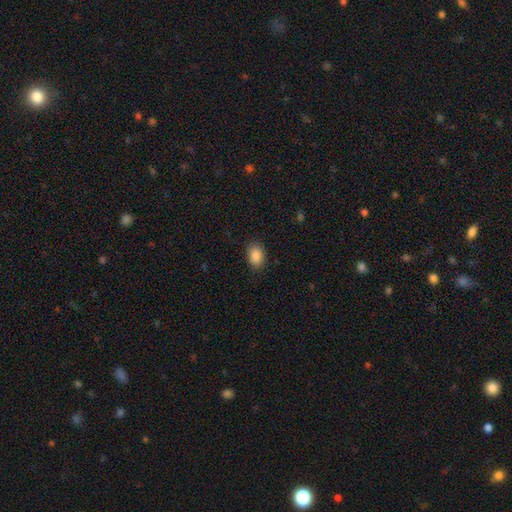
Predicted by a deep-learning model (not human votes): smooth 88%, star or artifact 8%, featured or disk 4%. Down the decision tree: how rounded — in between (83%); merging — none (87%).